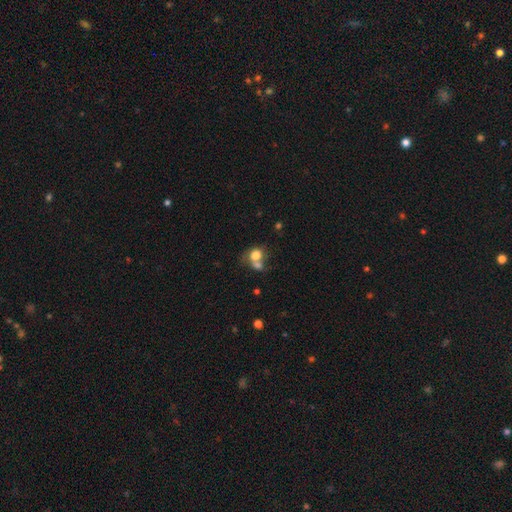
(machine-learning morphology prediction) type=smooth (74%); roundness=round (64%); merging=merger (54%).